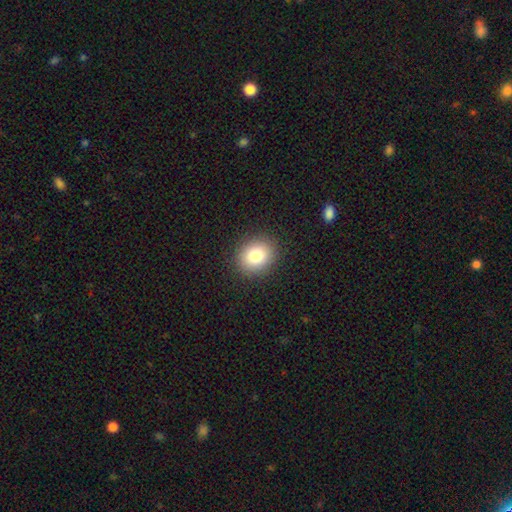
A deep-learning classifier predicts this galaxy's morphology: type=smooth (81%); roundness=round (67%); merging=none (90%).